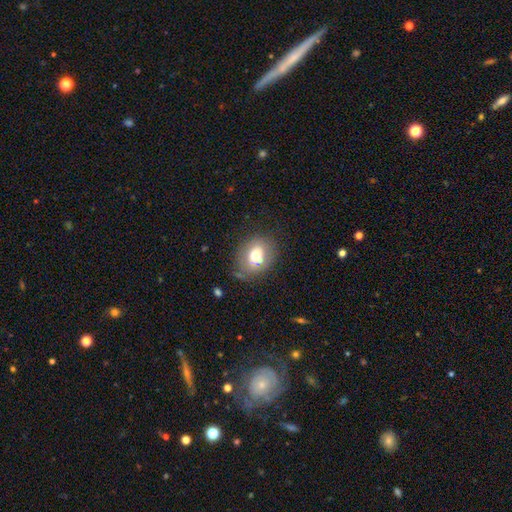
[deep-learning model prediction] Smooth or featured? smooth (65%)
How rounded? in between (52%)
Merging? none (65%)